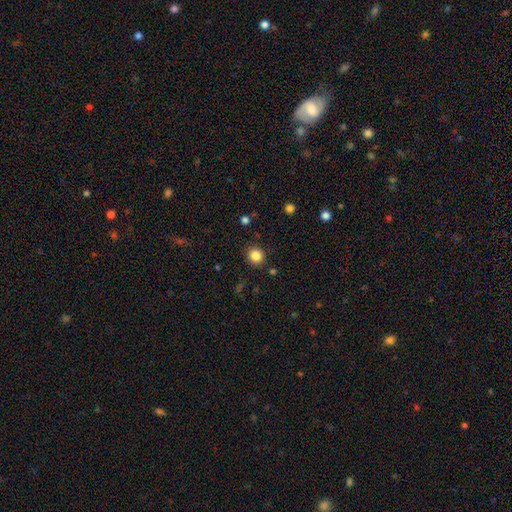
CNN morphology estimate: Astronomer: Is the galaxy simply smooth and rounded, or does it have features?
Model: smooth — 85%.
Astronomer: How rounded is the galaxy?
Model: round — 90%.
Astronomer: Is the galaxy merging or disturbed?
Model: none — 89%.